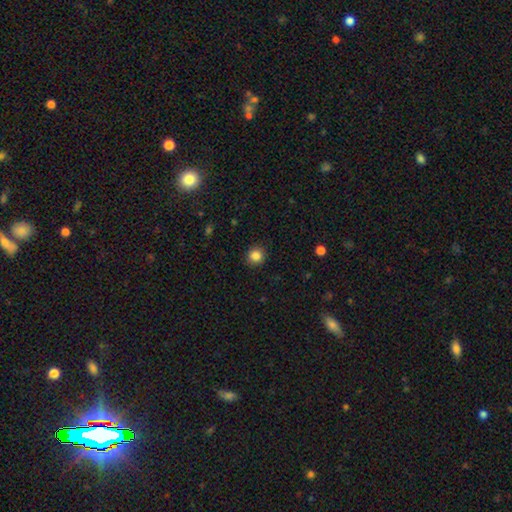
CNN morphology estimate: Overall: smooth (86%). How rounded: round (92%). Merging: none (91%).